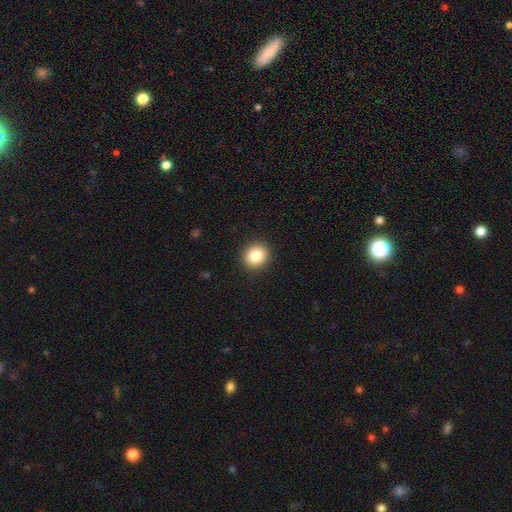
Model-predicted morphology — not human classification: A smooth galaxy with no disk features (85%) that is round (82%).

Vote fractions:
- Smooth or featured? smooth: 85% / star or artifact: 10% / featured or disk: 6%
- How rounded? round: 82% / in between: 18% / cigar-shaped: 1%
- Merging? none: 91% / minor disturbance: 6% / major disturbance: 2% / merger: 1%